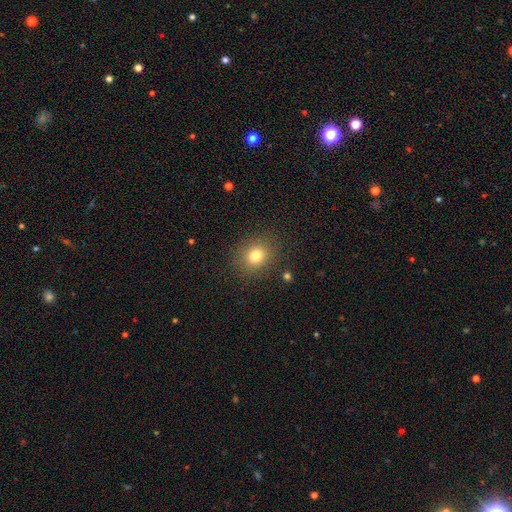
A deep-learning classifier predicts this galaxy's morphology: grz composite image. It shows a smooth galaxy with no disk features (79%) that is round (71%). Merging: none (87%).